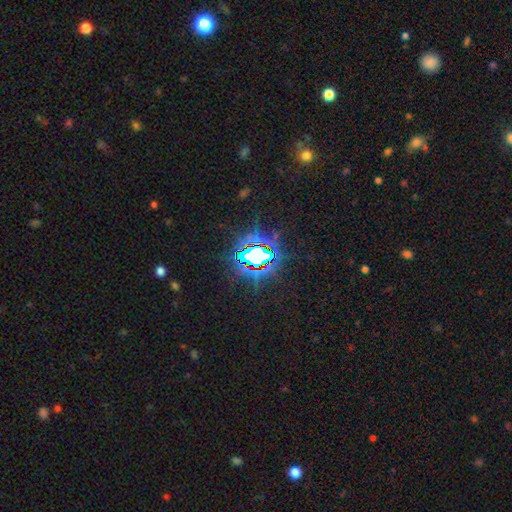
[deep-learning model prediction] This is likely a star or artifact rather than a galaxy (80%).